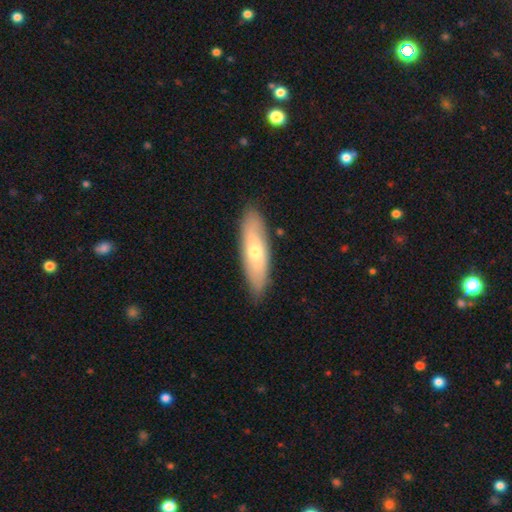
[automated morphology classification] smooth-or-featured: smooth: 51% | featured or disk: 43% | star or artifact: 6%
  how-rounded: cigar-shaped: 60% | in between: 38% | round: 2%
  merging: none: 86% | minor disturbance: 11% | major disturbance: 2% | merger: 1%